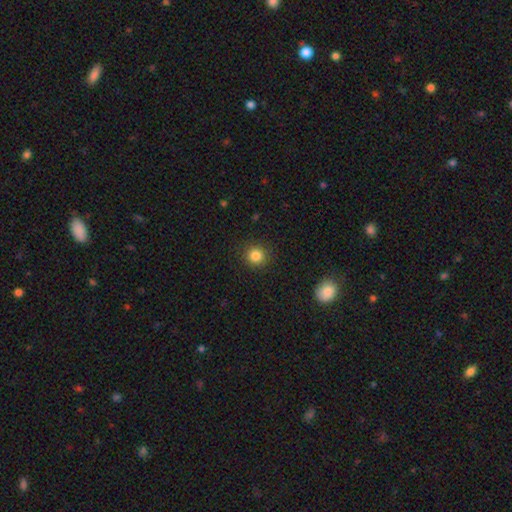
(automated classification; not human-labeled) Overall: smooth (84%). How rounded: round (93%). Merging: none (91%).